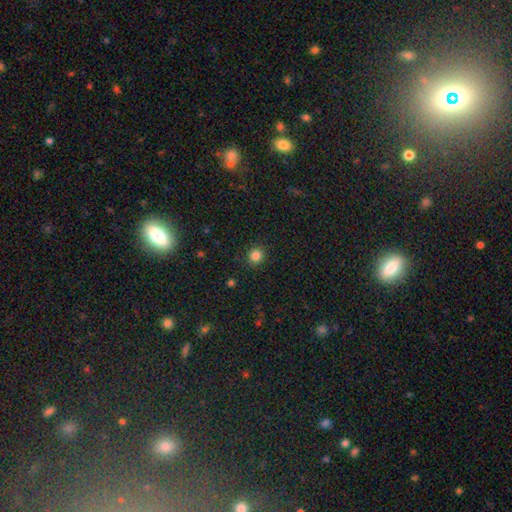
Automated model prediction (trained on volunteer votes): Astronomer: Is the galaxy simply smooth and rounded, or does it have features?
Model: smooth — 84%.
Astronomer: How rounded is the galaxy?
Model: round — 90%.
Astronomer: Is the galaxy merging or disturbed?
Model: none — 91%.